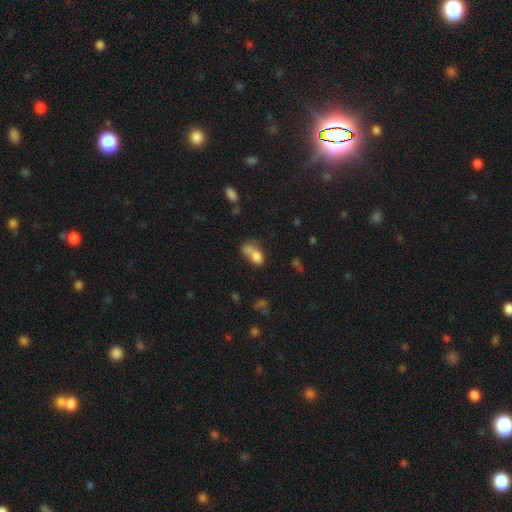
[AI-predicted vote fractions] Smooth or featured? smooth (73%)
How rounded? in between (79%)
Merging? merger (46%)